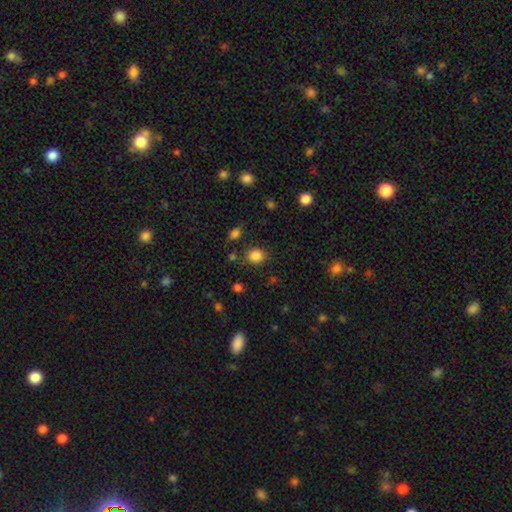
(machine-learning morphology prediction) This appears to be a smooth galaxy with no disk features (85%) that is round (62%). Merging: none (82%).